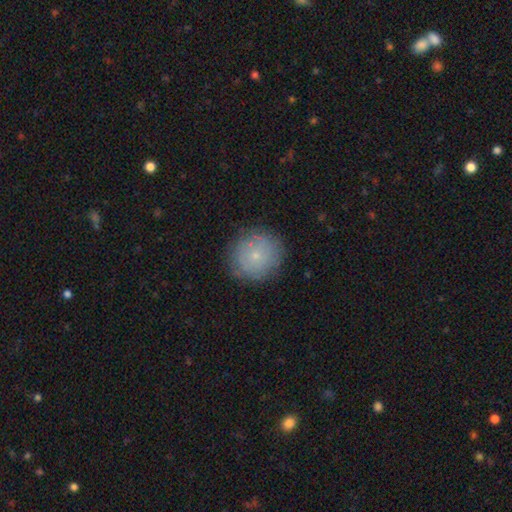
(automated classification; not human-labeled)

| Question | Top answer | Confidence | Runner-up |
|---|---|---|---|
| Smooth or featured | smooth | 71% | featured or disk (20%) |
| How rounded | round | 89% | in between (10%) |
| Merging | none | 84% | minor disturbance (11%) |